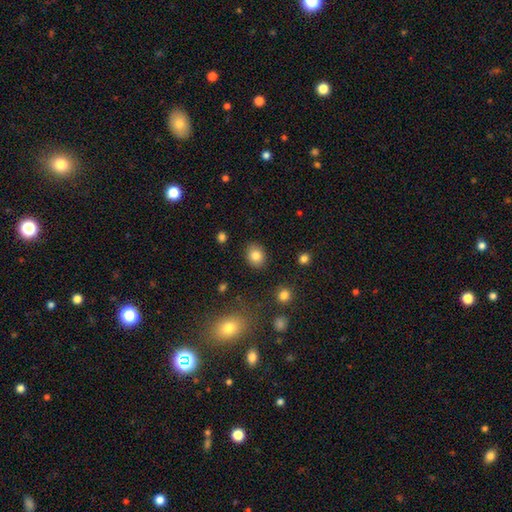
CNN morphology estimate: A smooth galaxy with no disk features (82%) that is round (51%).

Vote fractions:
- Smooth or featured? smooth: 82% / star or artifact: 10% / featured or disk: 8%
- How rounded? round: 51% / in between: 48% / cigar-shaped: 1%
- Merging? none: 87% / minor disturbance: 9% / major disturbance: 2% / merger: 2%